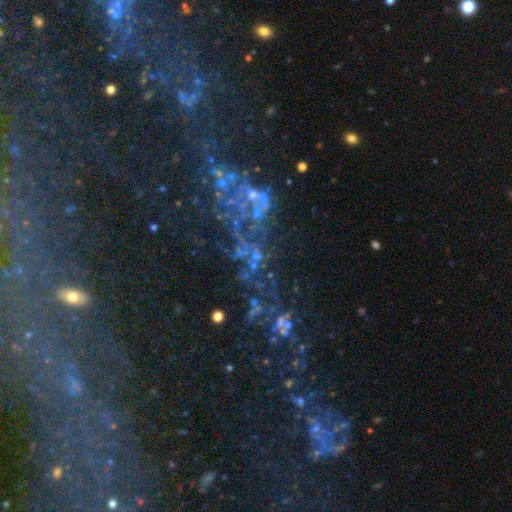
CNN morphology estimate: smooth-or-featured: featured or disk: 54% | star or artifact: 34% | smooth: 12%
  disk-edge-on: no: 97% | yes: 3%
    bar: no: 87% | weak: 9% | strong: 4%
    has-spiral-arms: no: 80% | yes: 20%
    bulge-size: none: 67% | small: 21% | moderate: 9% | large: 2% | dominant: 1%
  merging: major disturbance: 36% | none: 35% | merger: 17% | minor disturbance: 12%